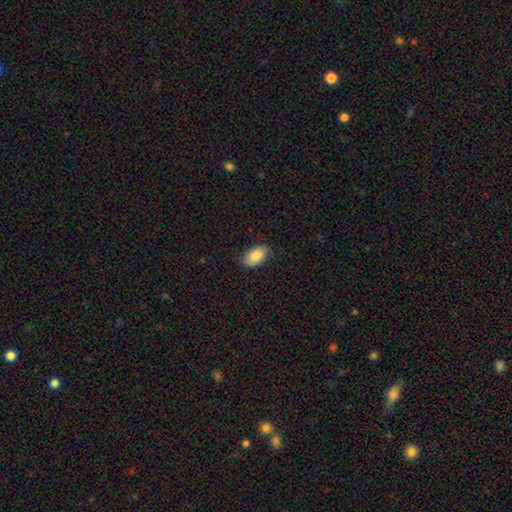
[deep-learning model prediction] A smooth galaxy with no disk features (83%) that is in between round and cigar-shaped (94%).

Vote fractions:
- Smooth or featured? smooth: 83% / featured or disk: 11% / star or artifact: 7%
- How rounded? in between: 94% / round: 4% / cigar-shaped: 2%
- Merging? none: 82% / minor disturbance: 15% / major disturbance: 3% / merger: 1%